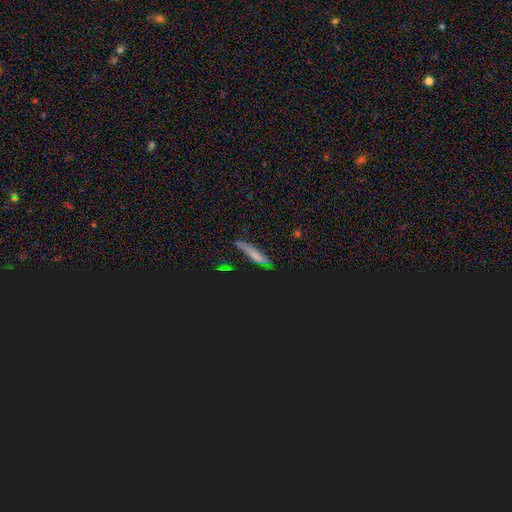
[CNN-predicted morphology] Smooth or featured: smooth — 48% (star or artifact — 32%)
Merging: none — 73% (minor disturbance — 19%)